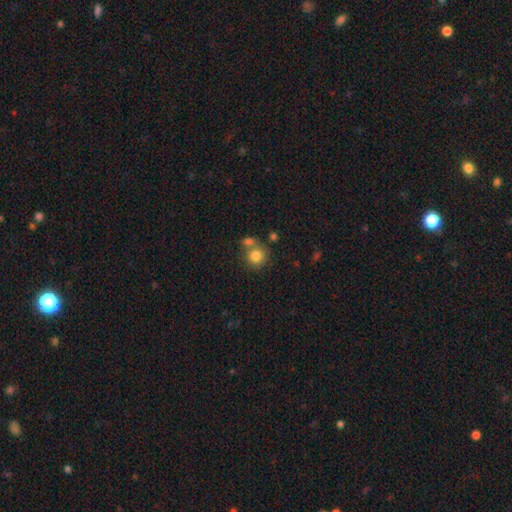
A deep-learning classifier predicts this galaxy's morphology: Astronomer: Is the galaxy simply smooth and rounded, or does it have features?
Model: smooth — 81%.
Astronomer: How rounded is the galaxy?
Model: round — 87%.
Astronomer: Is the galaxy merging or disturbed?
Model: none — 55% (runner-up: merger, 31%).